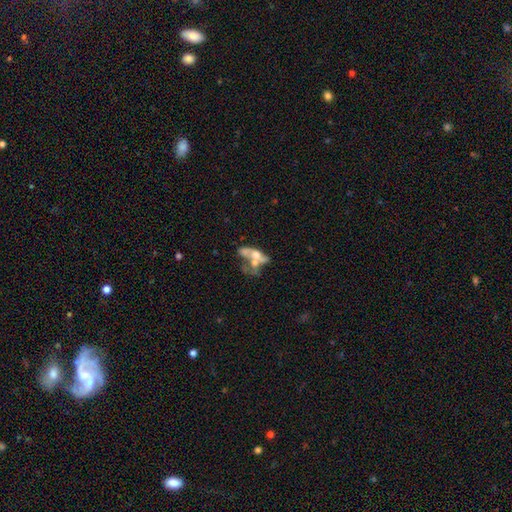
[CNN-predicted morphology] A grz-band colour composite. It shows a featured or disk galaxy (54%). Merging: merger (57%).